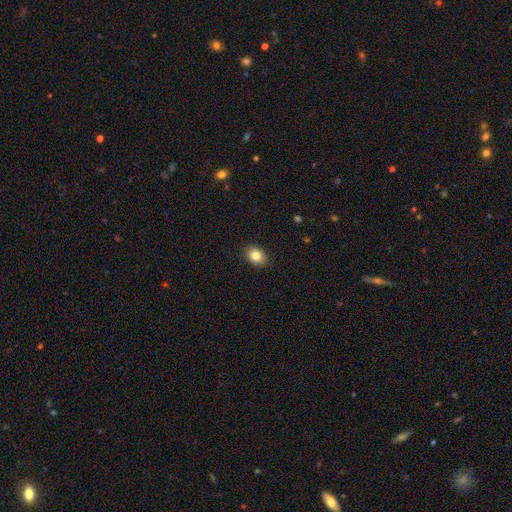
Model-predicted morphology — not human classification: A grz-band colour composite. It shows a smooth galaxy with no disk features (84%) that is in between round and cigar-shaped (68%). Merging: none (89%).